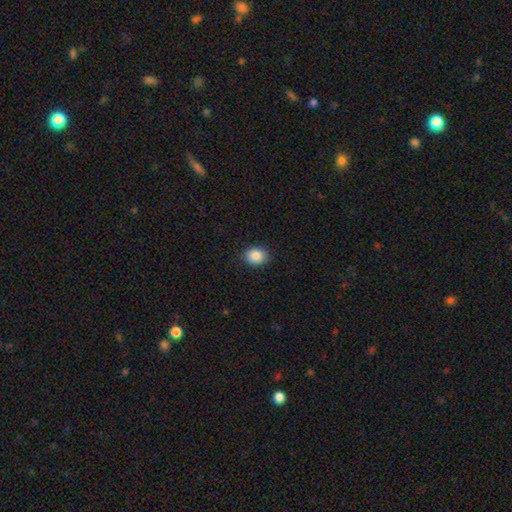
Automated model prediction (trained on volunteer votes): Morphology: type=smooth (87%); roundness=round (58%); merging=none (89%).